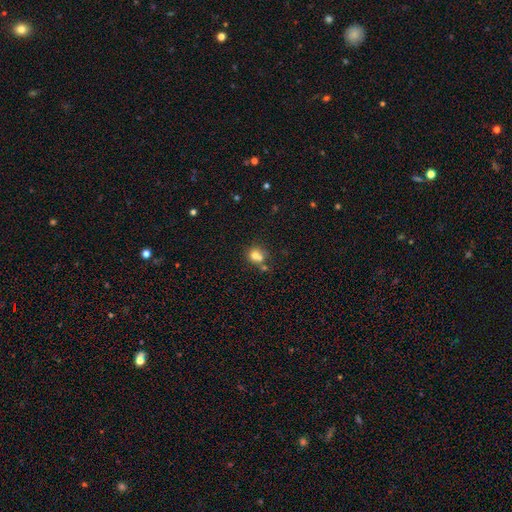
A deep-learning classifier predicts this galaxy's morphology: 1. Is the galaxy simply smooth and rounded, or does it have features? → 70% smooth, 16% featured or disk, 14% star or artifact.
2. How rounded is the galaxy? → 82% round, 18% in between, 1% cigar-shaped.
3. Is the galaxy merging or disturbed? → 45% merger, 43% none, 9% minor disturbance, 4% major disturbance.